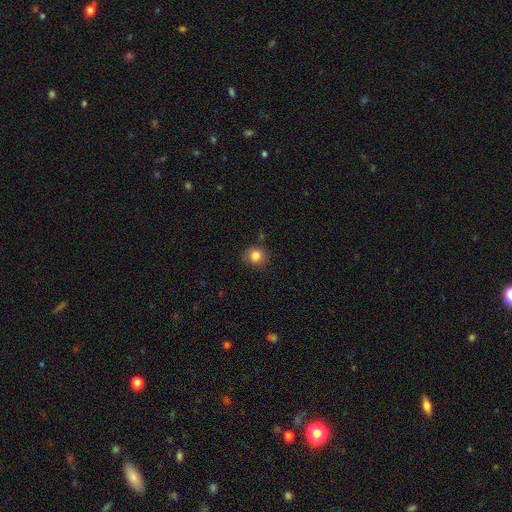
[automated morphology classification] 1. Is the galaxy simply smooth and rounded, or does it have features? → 84% smooth, 11% star or artifact, 5% featured or disk.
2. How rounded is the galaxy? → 87% round, 12% in between, 1% cigar-shaped.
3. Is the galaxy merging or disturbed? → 83% none, 12% minor disturbance, 3% major disturbance, 2% merger.